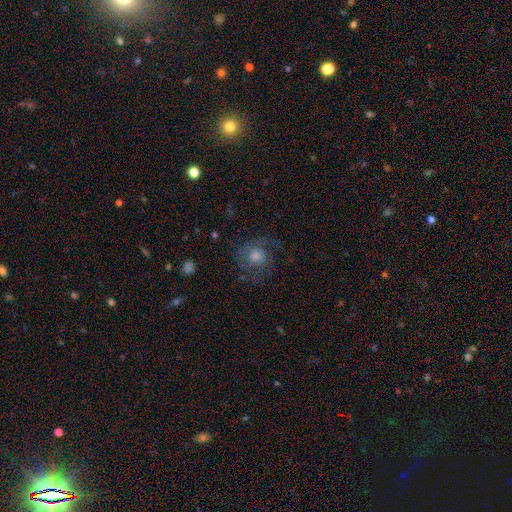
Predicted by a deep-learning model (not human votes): A featured or disk galaxy (55%) with no bar (76%), spiral arms (82%) and a moderate central bulge (56%).

Vote fractions:
- Smooth or featured? featured or disk: 55% / smooth: 33% / star or artifact: 13%
- Edge-on disk? no: 97% / yes: 3%
- Bar? no: 76% / weak: 21% / strong: 3%
- Spiral arms? yes: 82% / no: 18%
- Bulge size? moderate: 56% / large: 20% / small: 18% / none: 5% / dominant: 2%
- Merging? none: 67% / minor disturbance: 17% / major disturbance: 15% / merger: 1%